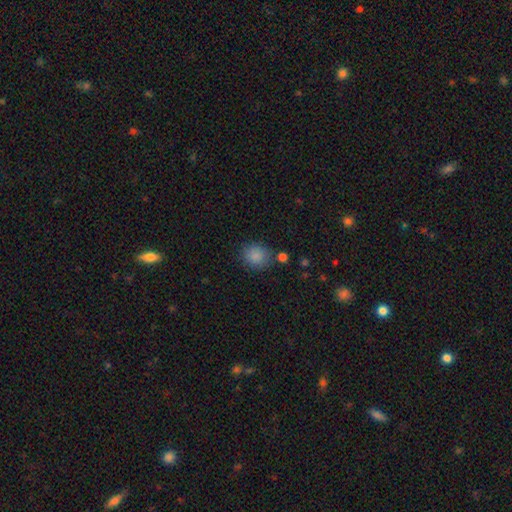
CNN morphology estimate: This appears to be a smooth galaxy with no disk features (86%) that is round (78%). Merging: none (78%).